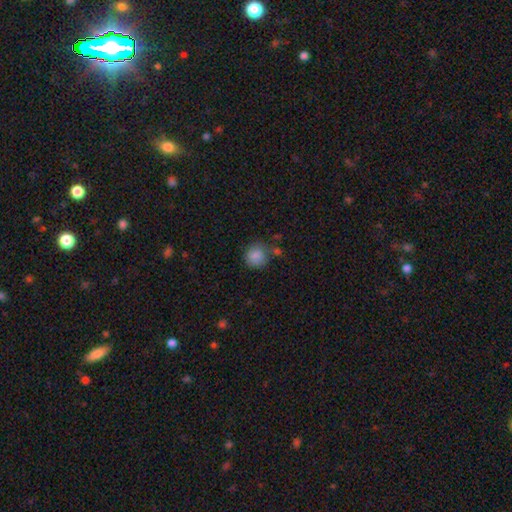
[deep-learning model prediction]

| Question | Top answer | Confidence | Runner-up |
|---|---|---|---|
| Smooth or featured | smooth | 87% | star or artifact (9%) |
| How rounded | round | 88% | in between (11%) |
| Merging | none | 68% | minor disturbance (17%) |